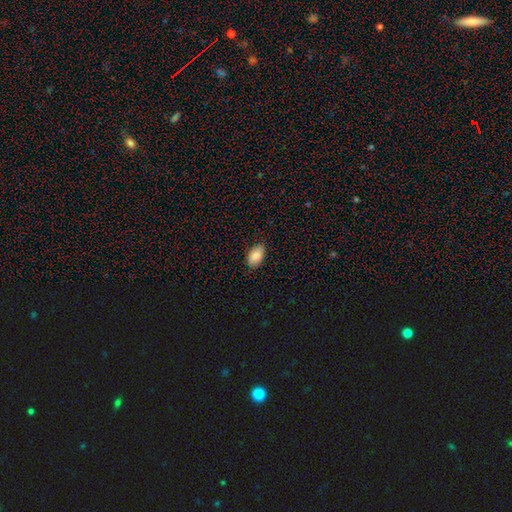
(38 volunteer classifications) Q: Smooth or featured?
A: smooth (84%); runner-up: featured or disk (8%)
Q: How rounded?
A: in between (97%); runner-up: round (3%)
Q: Merging?
A: none (80%); runner-up: minor disturbance (17%)